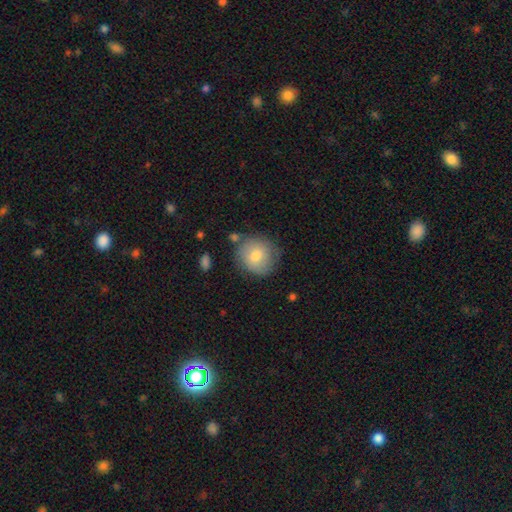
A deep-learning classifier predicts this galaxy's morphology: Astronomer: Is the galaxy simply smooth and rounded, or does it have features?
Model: smooth — 74%.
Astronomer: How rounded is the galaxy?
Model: round — 88%.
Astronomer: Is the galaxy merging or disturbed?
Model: none — 74%.